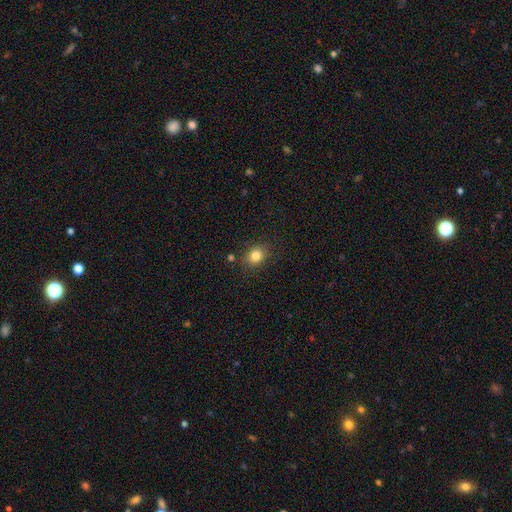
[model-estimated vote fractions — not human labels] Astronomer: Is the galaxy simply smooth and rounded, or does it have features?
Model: smooth — 82%.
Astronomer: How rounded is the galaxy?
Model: round — 54% (runner-up: in between, 45%).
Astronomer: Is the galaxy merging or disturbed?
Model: none — 82%.